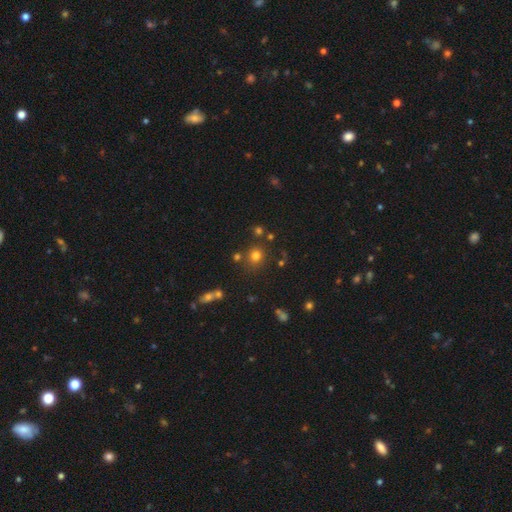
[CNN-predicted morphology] Smooth or featured?
  - smooth: 73% *
  - star or artifact: 19%
  - featured or disk: 8%
How rounded?
  - round: 86% *
  - in between: 13%
  - cigar-shaped: 1%
Merging?
  - none: 78% *
  - minor disturbance: 9%
  - merger: 9%
  - major disturbance: 4%